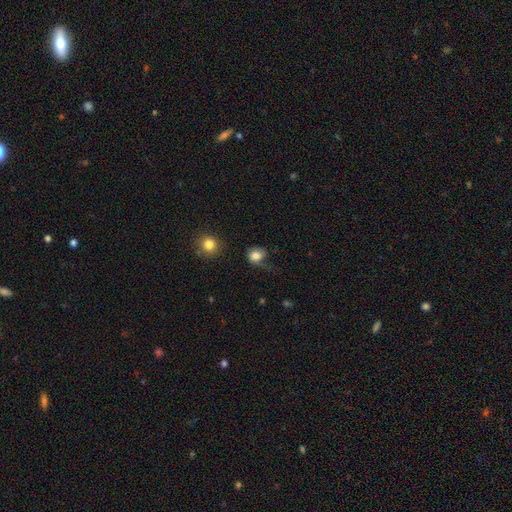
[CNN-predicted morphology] Smooth or featured: smooth — 78% (featured or disk — 13%)
How rounded: round — 67% (in between — 32%)
Merging: none — 38% (major disturbance — 30%)